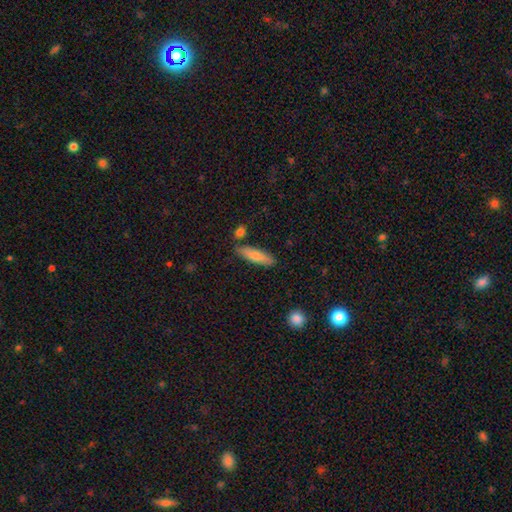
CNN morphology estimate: A smooth galaxy with no disk features (78%) that is cigar-shaped (64%).

Vote fractions:
- Smooth or featured? smooth: 78% / featured or disk: 16% / star or artifact: 6%
- How rounded? cigar-shaped: 64% / in between: 35% / round: 2%
- Merging? none: 80% / minor disturbance: 12% / merger: 5% / major disturbance: 3%